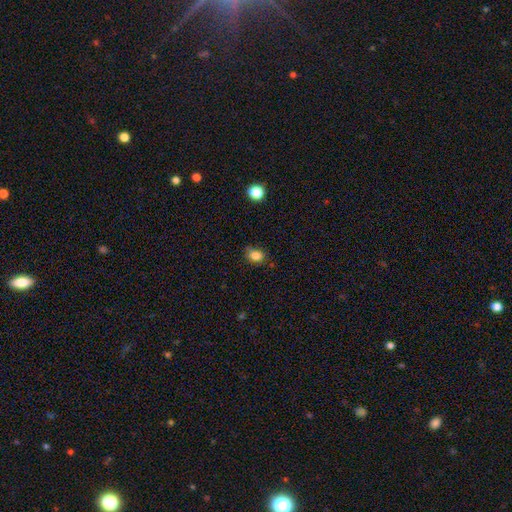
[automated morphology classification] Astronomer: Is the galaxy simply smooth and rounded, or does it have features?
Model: smooth — 84%.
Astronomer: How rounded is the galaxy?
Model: in between — 65%.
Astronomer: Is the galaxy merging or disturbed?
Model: none — 67%.